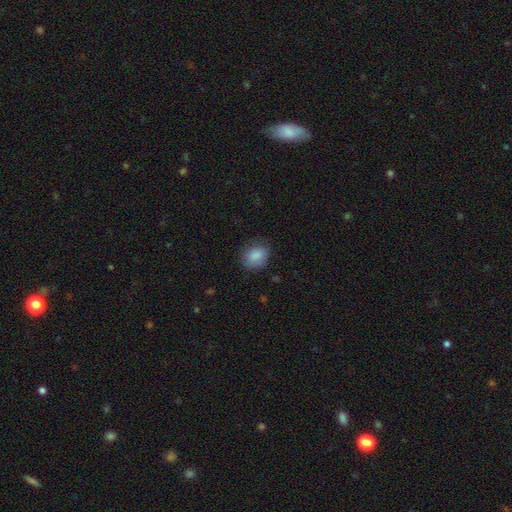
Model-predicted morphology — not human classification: The model was most divided on "how rounded": in between: 54%, round: 45%, cigar-shaped: 1%. More confident: smooth or featured — smooth (86%); merging — none (75%).